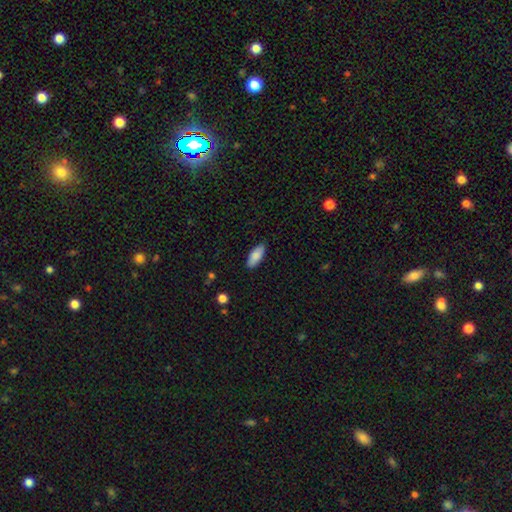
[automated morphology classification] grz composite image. It shows a smooth galaxy with no disk features (87%) that is in between round and cigar-shaped (80%). Merging: none (88%).